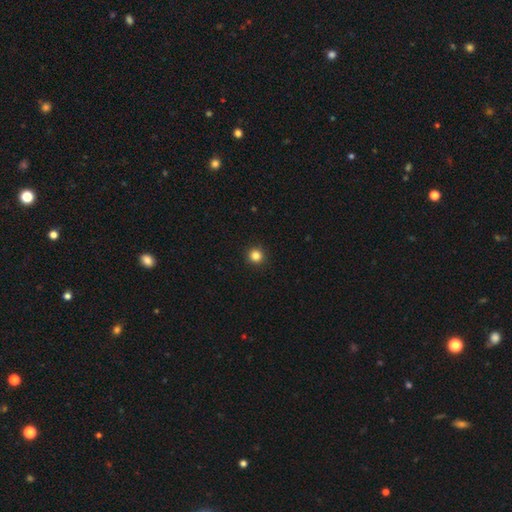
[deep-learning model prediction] Smooth or featured? smooth (84%)
How rounded? round (95%)
Merging? none (93%)